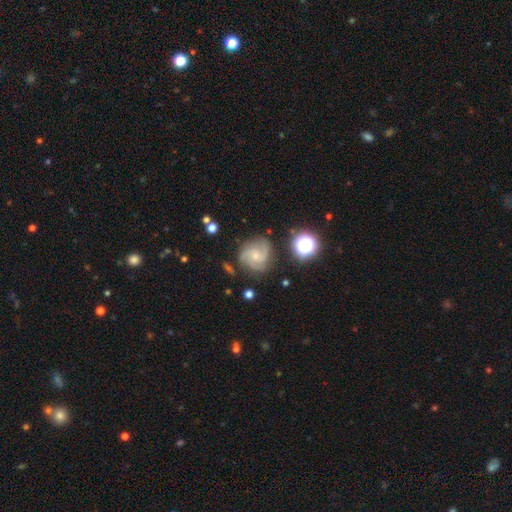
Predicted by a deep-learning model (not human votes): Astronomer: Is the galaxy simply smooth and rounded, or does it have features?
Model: featured or disk — 82%.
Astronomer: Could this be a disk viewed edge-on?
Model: no — 98%.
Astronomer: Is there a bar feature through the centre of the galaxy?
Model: no — 66%.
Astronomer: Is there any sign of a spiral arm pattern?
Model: yes — 97%.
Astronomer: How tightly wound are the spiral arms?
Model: medium — 50% (runner-up: tight, 38%).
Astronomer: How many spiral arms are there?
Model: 3 — 55%.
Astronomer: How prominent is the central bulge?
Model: small — 62%.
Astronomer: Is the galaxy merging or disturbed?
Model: none — 74%.